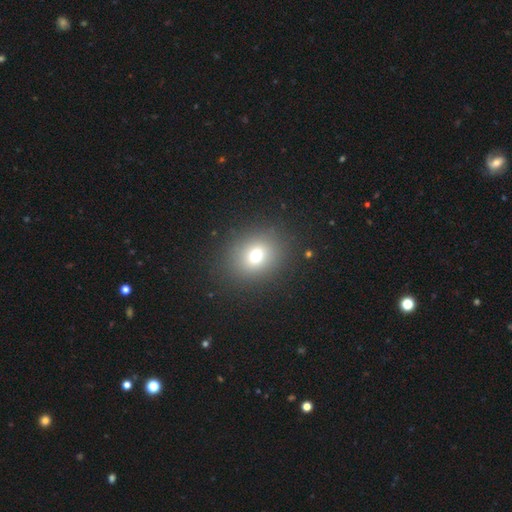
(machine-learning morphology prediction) type=smooth (73%); roundness=round (64%); merging=none (87%).